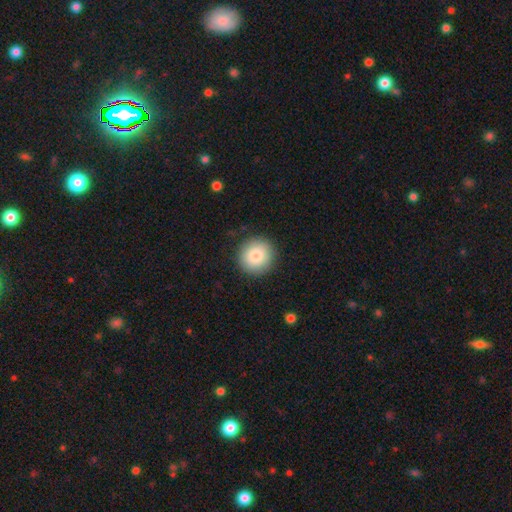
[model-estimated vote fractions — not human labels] A smooth galaxy with no disk features (83%) that is round (94%).

Vote fractions:
- Smooth or featured? smooth: 83% / featured or disk: 9% / star or artifact: 8%
- How rounded? round: 94% / in between: 5% / cigar-shaped: 1%
- Merging? none: 90% / minor disturbance: 7% / major disturbance: 2% / merger: 1%